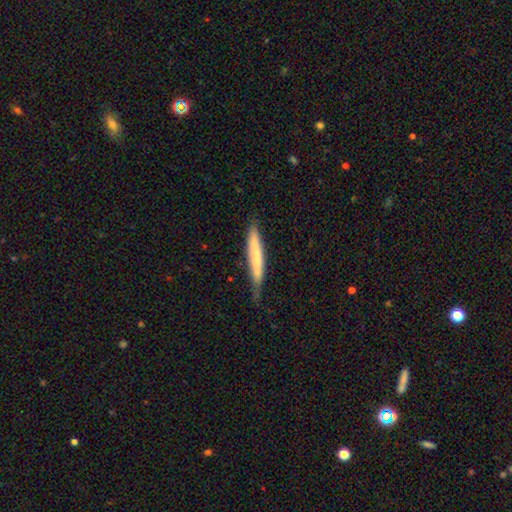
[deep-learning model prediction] Q: Smooth or featured?
A: smooth (64%); runner-up: featured or disk (30%)
Q: How rounded?
A: cigar-shaped (95%); runner-up: in between (4%)
Q: Merging?
A: none (71%); runner-up: minor disturbance (24%)